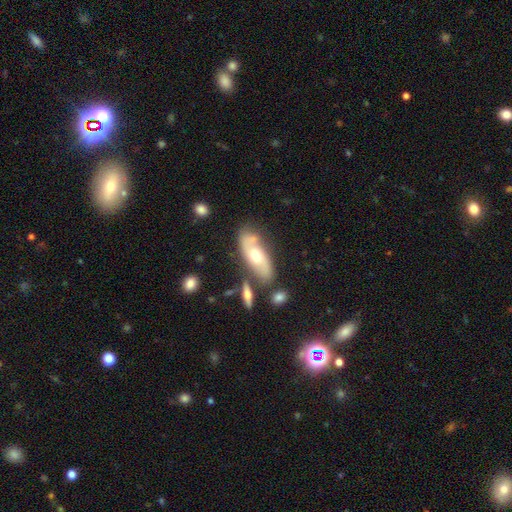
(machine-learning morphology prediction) smooth_or_featured: featured or disk (p=0.56) [alt: smooth p=0.38]
disk_edge_on: no (p=0.81) [alt: yes p=0.19]
merging: none (p=0.62) [alt: minor disturbance p=0.19]